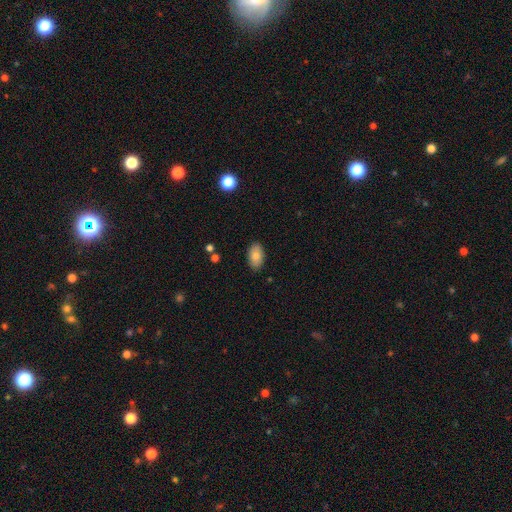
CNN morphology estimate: A smooth galaxy with no disk features (82%) that is in between round and cigar-shaped (94%). Merging: none (87%).